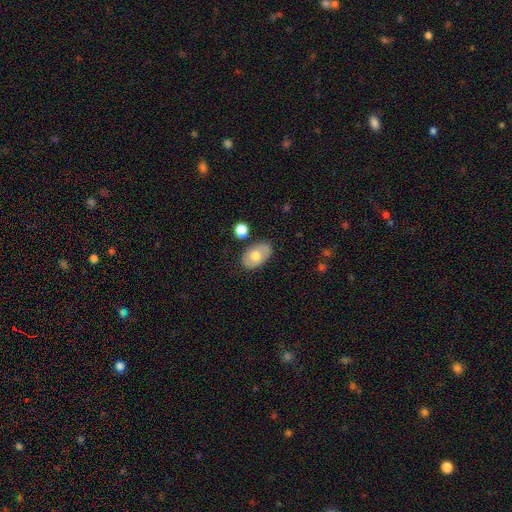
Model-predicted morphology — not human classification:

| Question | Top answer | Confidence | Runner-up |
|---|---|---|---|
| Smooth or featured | smooth | 65% | featured or disk (29%) |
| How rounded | in between | 90% | round (9%) |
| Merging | none | 79% | minor disturbance (13%) |